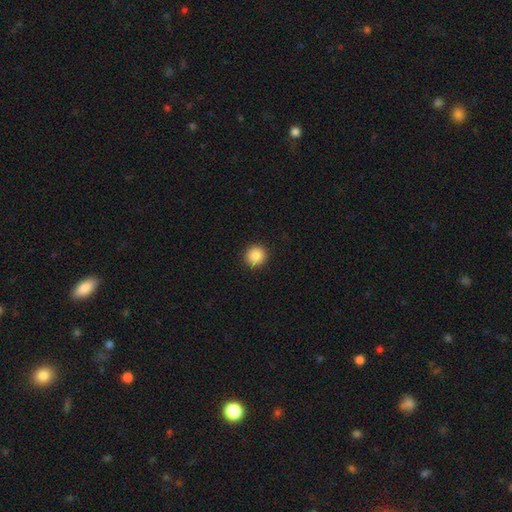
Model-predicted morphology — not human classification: Q: Smooth or featured?
A: smooth (89%); runner-up: star or artifact (9%)
Q: How rounded?
A: round (95%); runner-up: in between (4%)
Q: Merging?
A: none (92%); runner-up: minor disturbance (5%)